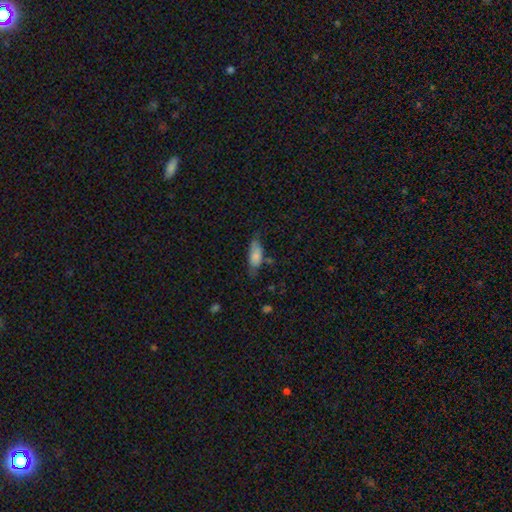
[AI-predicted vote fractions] This appears to be a smooth galaxy with no disk features (79%) that is in between round and cigar-shaped (73%). Merging: none (58%).